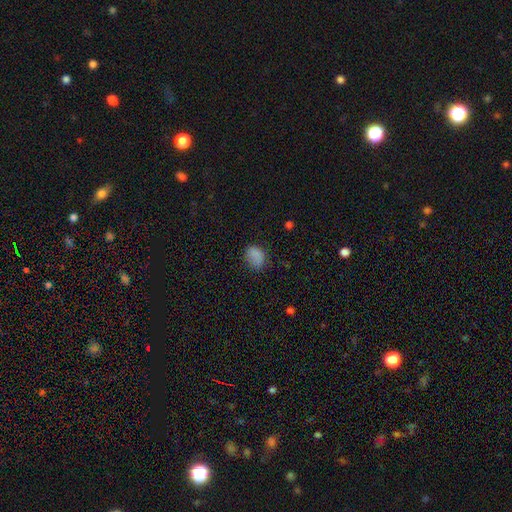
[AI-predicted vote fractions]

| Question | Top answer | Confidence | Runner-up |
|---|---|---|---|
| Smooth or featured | smooth | 82% | star or artifact (12%) |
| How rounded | in between | 66% | round (33%) |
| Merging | none | 68% | minor disturbance (24%) |